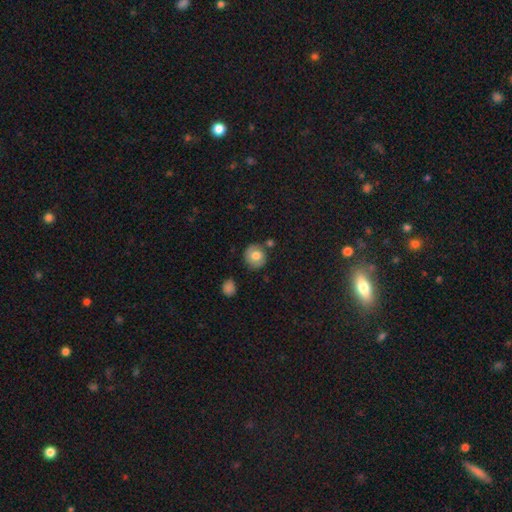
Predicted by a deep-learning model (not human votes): A smooth galaxy with no disk features (72%) that is round (86%). Merging: none (75%).